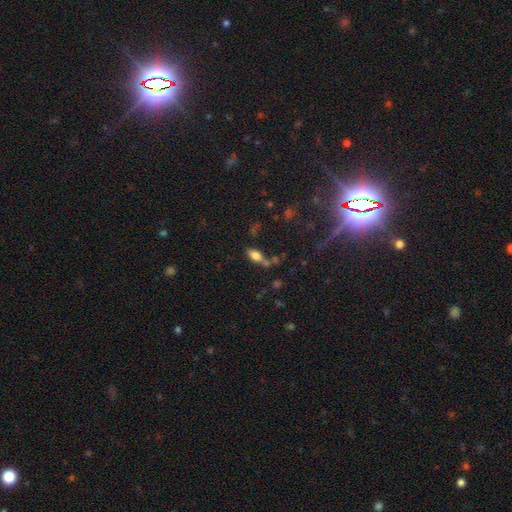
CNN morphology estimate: A smooth galaxy with no disk features (73%) that is in between round and cigar-shaped (84%).

Vote fractions:
- Smooth or featured? smooth: 73% / featured or disk: 16% / star or artifact: 11%
- How rounded? in between: 84% / cigar-shaped: 10% / round: 5%
- Merging? none: 55% / merger: 19% / minor disturbance: 18% / major disturbance: 7%